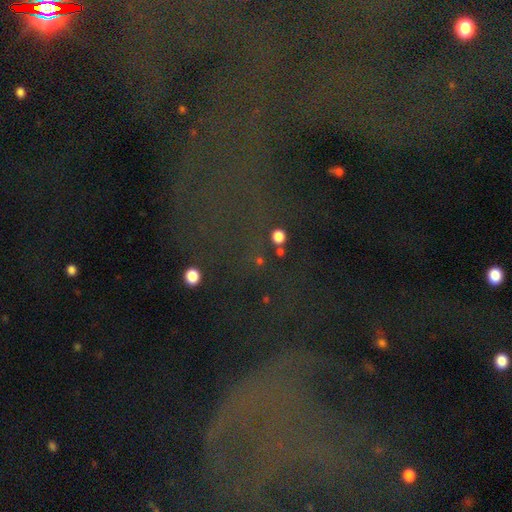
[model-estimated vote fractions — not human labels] The model was most divided on "smooth or featured": star or artifact: 71%, featured or disk: 16%, smooth: 13%.